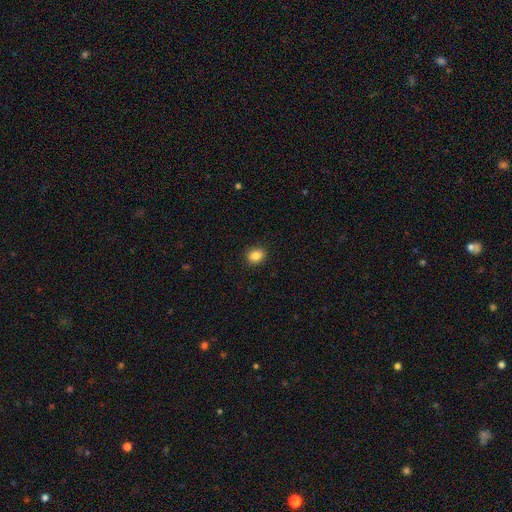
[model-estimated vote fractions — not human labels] A smooth galaxy with no disk features (86%) that is round (52%).

Vote fractions:
- Smooth or featured? smooth: 86% / star or artifact: 9% / featured or disk: 4%
- How rounded? round: 52% / in between: 47% / cigar-shaped: 1%
- Merging? none: 90% / minor disturbance: 7% / major disturbance: 2% / merger: 1%